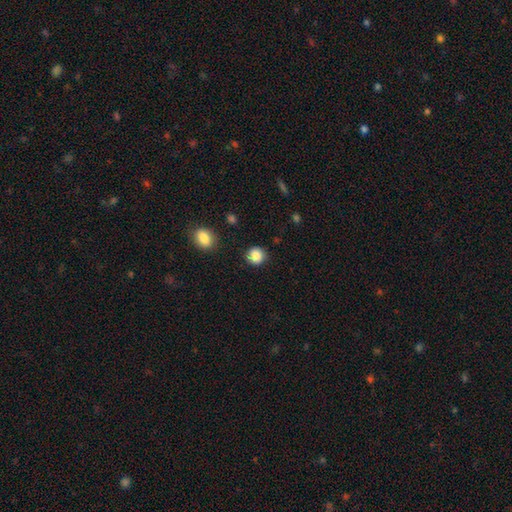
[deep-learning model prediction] Smooth or featured? smooth (87%)
How rounded? round (89%)
Merging? none (85%)